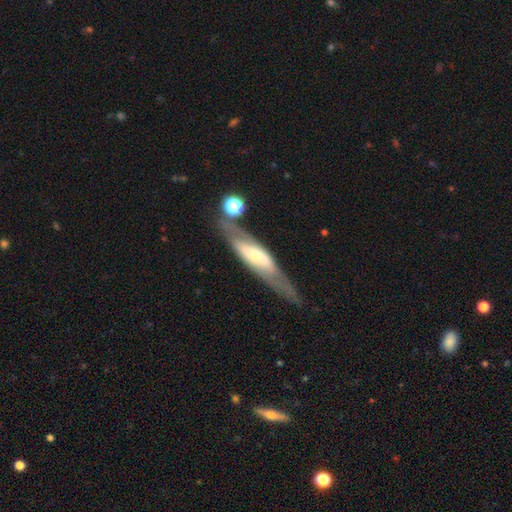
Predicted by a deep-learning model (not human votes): Q: Smooth or featured?
A: featured or disk (65%); runner-up: smooth (29%)
Q: Edge-on disk?
A: no (51%); runner-up: yes (49%)
Q: Merging?
A: none (64%); runner-up: minor disturbance (18%)